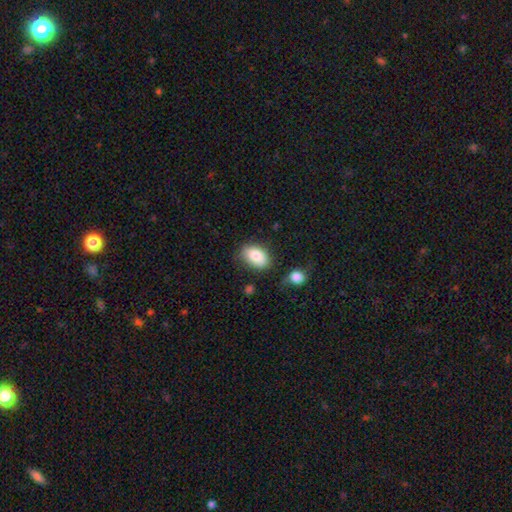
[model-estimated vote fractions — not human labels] The model was most divided on "merging": none: 72%, minor disturbance: 18%, merger: 5%, major disturbance: 5%. More confident: how rounded — in between (88%); smooth or featured — smooth (83%).